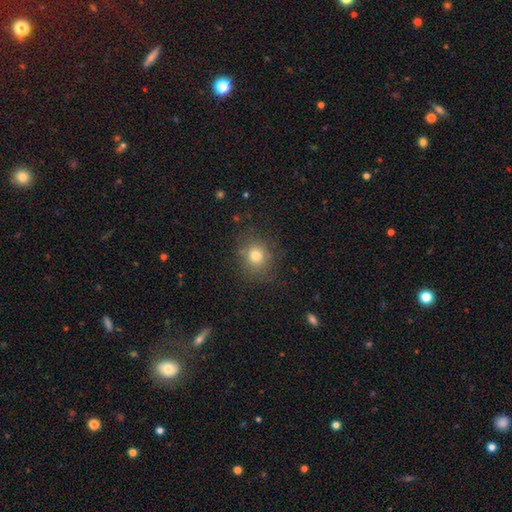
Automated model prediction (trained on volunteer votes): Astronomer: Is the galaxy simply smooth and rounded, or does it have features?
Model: smooth — 76%.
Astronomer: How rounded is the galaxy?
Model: round — 79%.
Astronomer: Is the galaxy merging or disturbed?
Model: none — 81%.